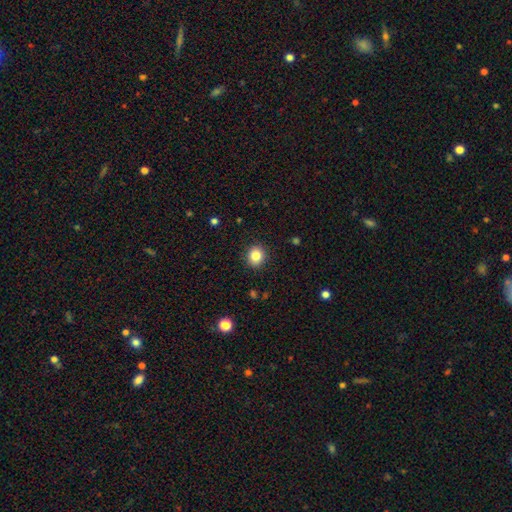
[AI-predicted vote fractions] smooth-or-featured: smooth: 84% | star or artifact: 10% | featured or disk: 5%
  how-rounded: round: 79% | in between: 20% | cigar-shaped: 1%
  merging: none: 90% | minor disturbance: 7% | major disturbance: 2% | merger: 1%